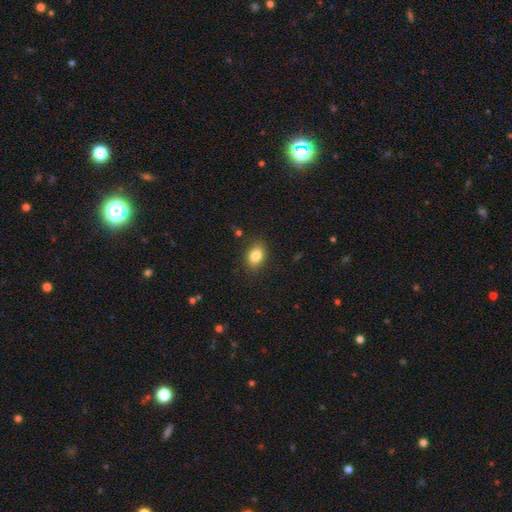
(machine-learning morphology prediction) smooth 84%, star or artifact 9%, featured or disk 7%. Down the decision tree: how rounded — in between (77%); merging — none (86%).